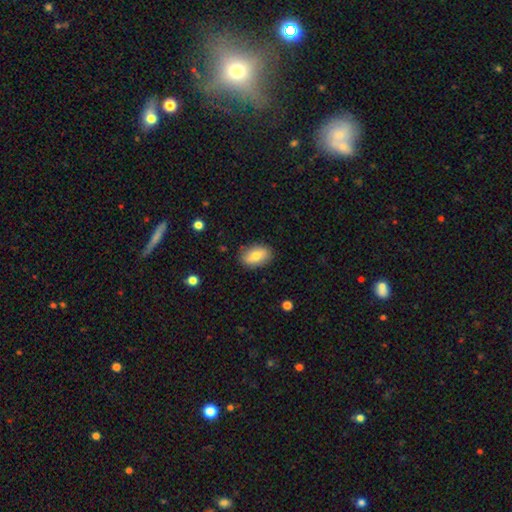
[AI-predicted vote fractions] smooth_or_featured: smooth (p=0.72) [alt: featured or disk p=0.21]
how_rounded: in between (p=0.88) [alt: round p=0.09]
merging: none (p=0.85) [alt: minor disturbance p=0.11]